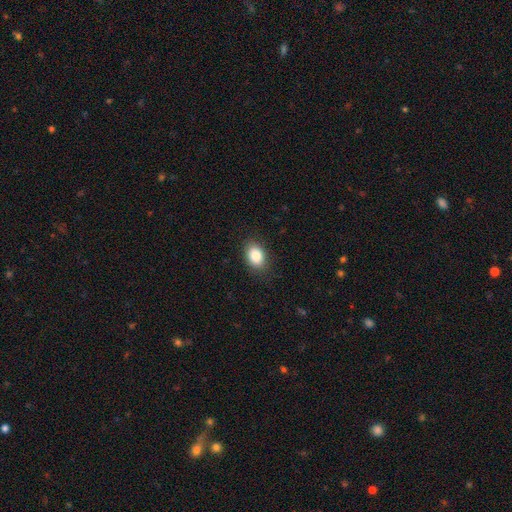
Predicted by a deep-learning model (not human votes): smooth 86%, star or artifact 8%, featured or disk 6%. Down the decision tree: how rounded — in between (80%); merging — none (86%).